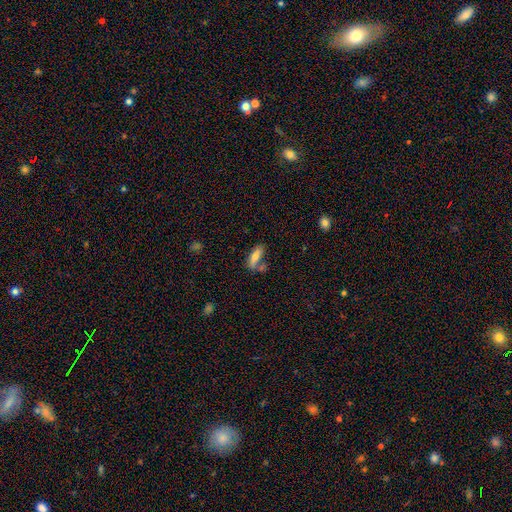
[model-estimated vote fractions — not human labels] A smooth galaxy with no disk features (72%) that is in between round and cigar-shaped (54%).

Vote fractions:
- Smooth or featured? smooth: 72% / featured or disk: 20% / star or artifact: 8%
- How rounded? in between: 54% / cigar-shaped: 43% / round: 2%
- Merging? none: 49% / merger: 25% / minor disturbance: 17% / major disturbance: 8%